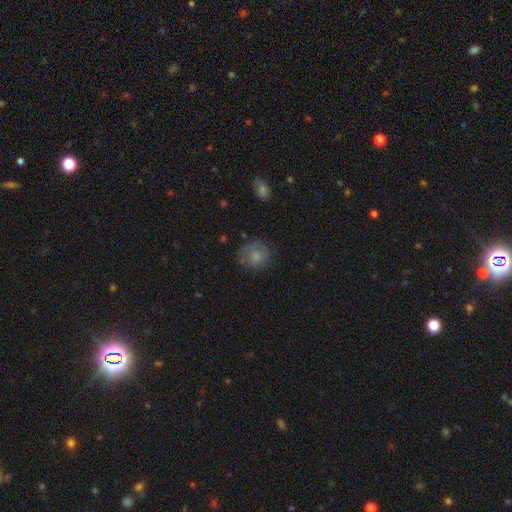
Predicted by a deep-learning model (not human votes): smooth_or_featured: smooth (p=0.75) [alt: featured or disk p=0.16]
how_rounded: round (p=0.82) [alt: in between p=0.17]
merging: none (p=0.66) [alt: minor disturbance p=0.22]